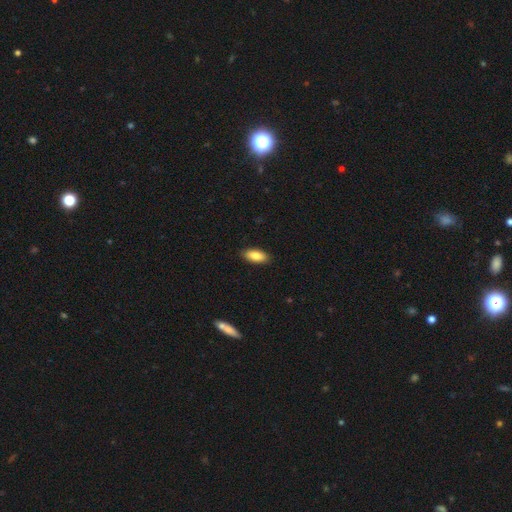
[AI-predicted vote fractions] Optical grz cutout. It shows a smooth galaxy with no disk features (85%) that is in between round and cigar-shaped (84%). Merging: none (89%).